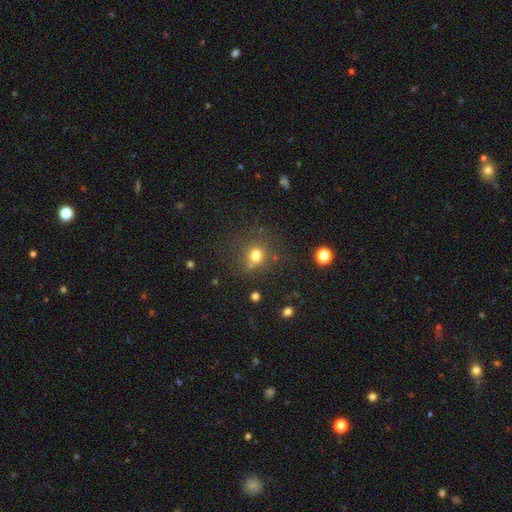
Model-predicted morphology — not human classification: Smooth or featured: smooth — 74% (star or artifact — 18%)
How rounded: round — 86% (in between — 13%)
Merging: none — 72% (minor disturbance — 12%)